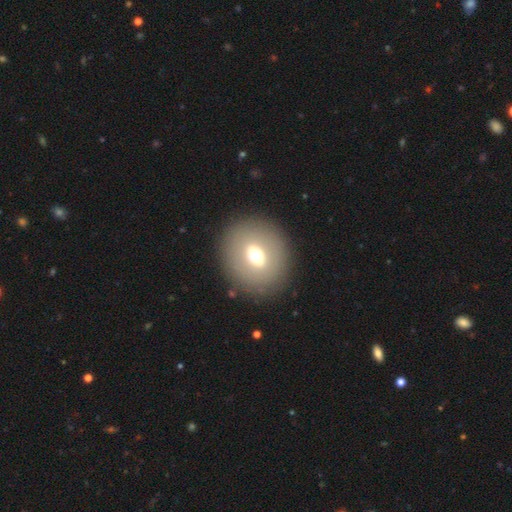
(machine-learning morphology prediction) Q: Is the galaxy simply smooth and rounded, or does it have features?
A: smooth — 56%.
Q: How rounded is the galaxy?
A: round — 71%.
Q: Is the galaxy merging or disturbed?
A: none — 86%.